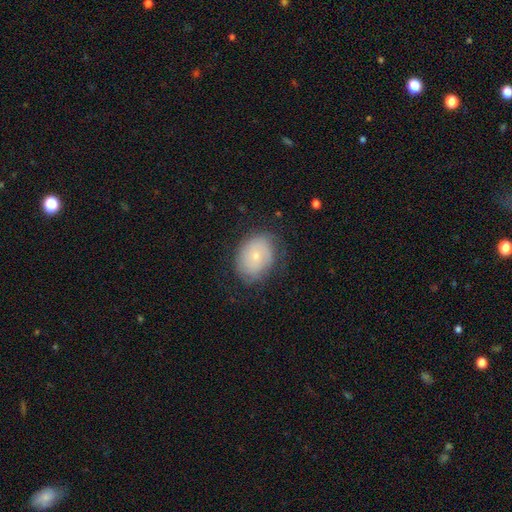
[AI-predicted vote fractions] A smooth galaxy with no disk features (59%) that is in between round and cigar-shaped (64%). Merging: none (72%).